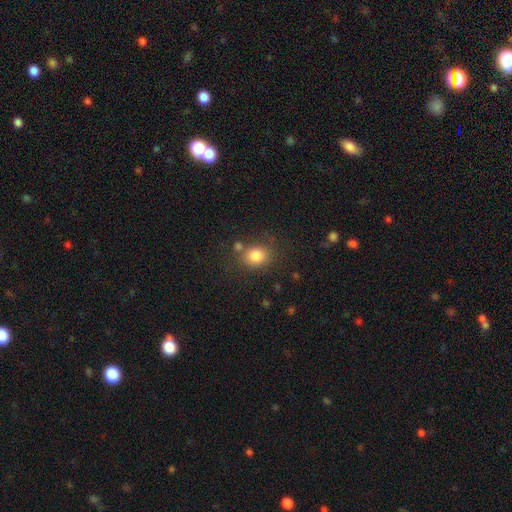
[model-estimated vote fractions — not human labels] Smooth or featured?
  - smooth: 82% *
  - star or artifact: 11%
  - featured or disk: 7%
How rounded?
  - round: 66% *
  - in between: 33%
  - cigar-shaped: 1%
Merging?
  - none: 71% *
  - minor disturbance: 13%
  - merger: 10%
  - major disturbance: 5%